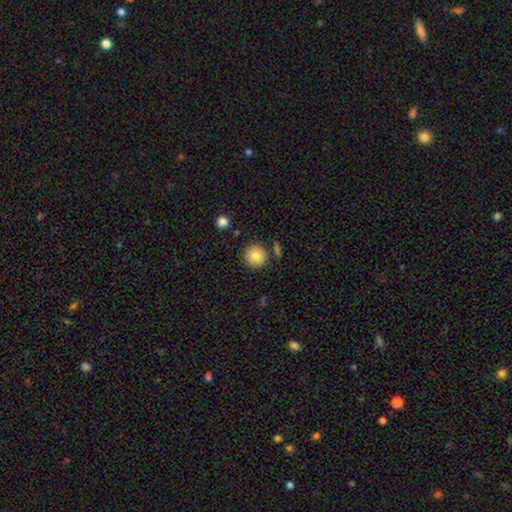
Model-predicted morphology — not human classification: smooth-or-featured: smooth: 83% | star or artifact: 9% | featured or disk: 8%
  how-rounded: round: 92% | in between: 7% | cigar-shaped: 1%
  merging: none: 83% | minor disturbance: 9% | merger: 5% | major disturbance: 3%